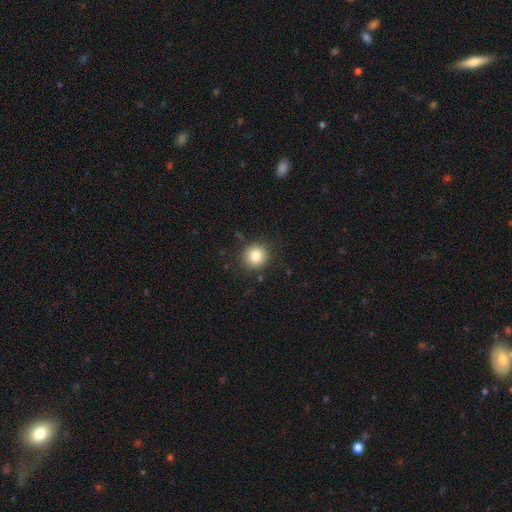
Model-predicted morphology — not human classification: Overall: smooth (83%). How rounded: round (93%). Merging: none (88%).